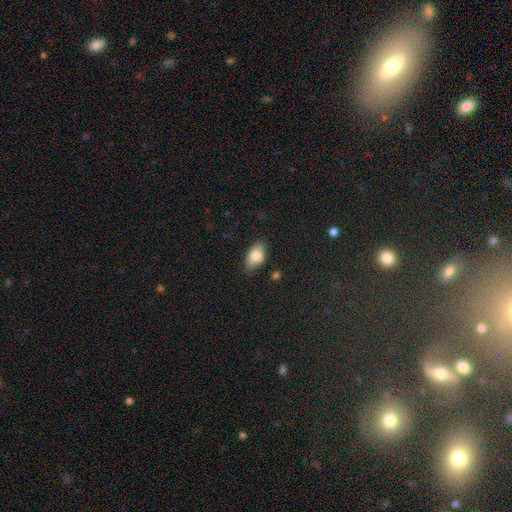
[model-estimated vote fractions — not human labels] This is clearly a smooth galaxy (84%). How rounded: clearly in between (89%). Merging: likely none (71%).